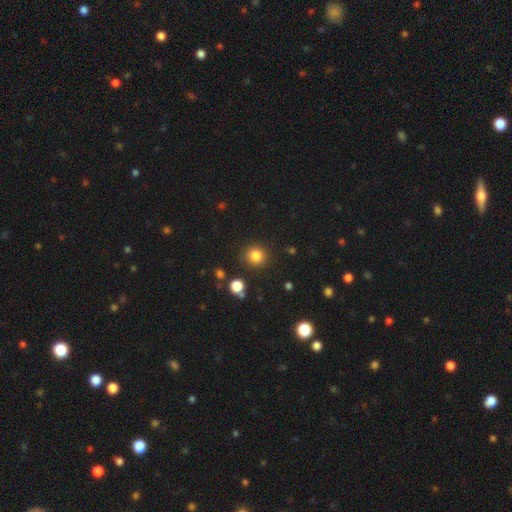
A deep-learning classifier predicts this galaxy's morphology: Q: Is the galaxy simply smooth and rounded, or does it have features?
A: smooth — 83%.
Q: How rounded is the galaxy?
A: round — 91%.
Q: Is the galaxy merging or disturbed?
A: none — 89%.